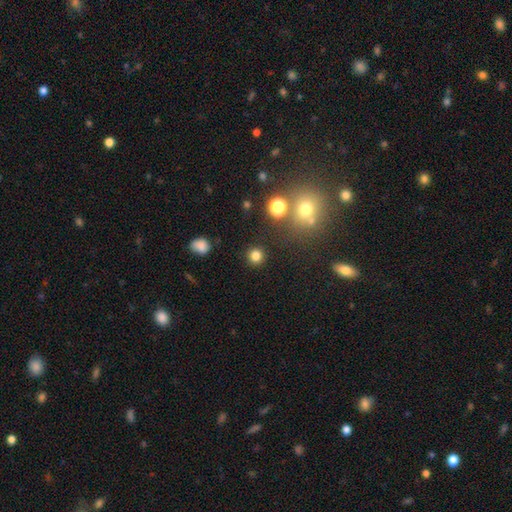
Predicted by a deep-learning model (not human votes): Q: Smooth or featured?
A: smooth (80%); runner-up: star or artifact (15%)
Q: How rounded?
A: round (93%); runner-up: in between (6%)
Q: Merging?
A: none (90%); runner-up: minor disturbance (6%)